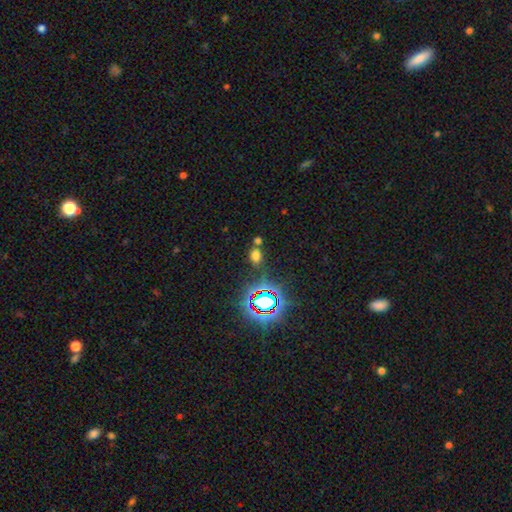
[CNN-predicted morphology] Smooth or featured? Predicted: smooth (p=0.59). How rounded? Predicted: in between (p=0.58). Merging? Predicted: none (p=0.68).